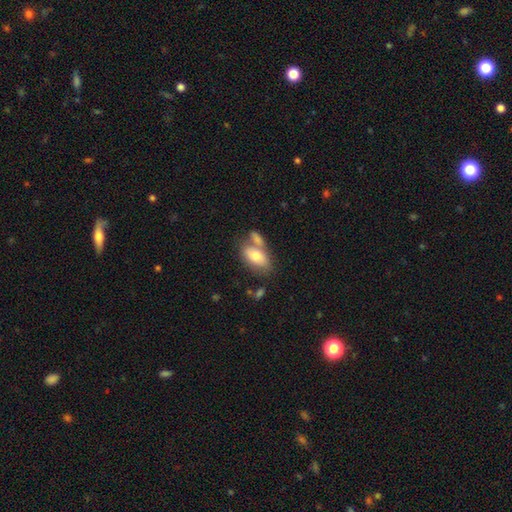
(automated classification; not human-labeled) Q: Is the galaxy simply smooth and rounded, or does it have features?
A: smooth — 72%.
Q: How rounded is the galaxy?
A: in between — 90%.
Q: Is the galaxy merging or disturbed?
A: none — 44%.